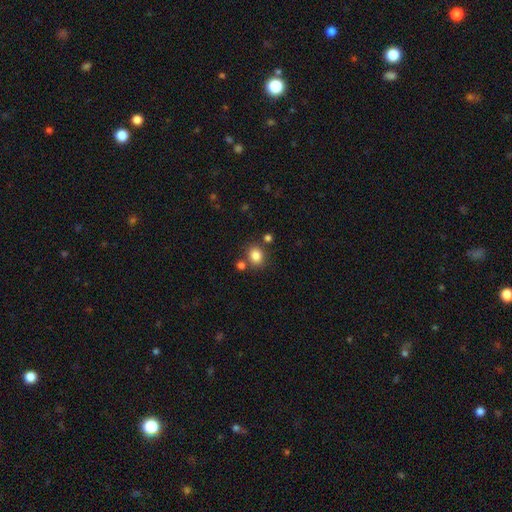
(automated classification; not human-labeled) The model was most divided on "how rounded": round: 64%, in between: 35%, cigar-shaped: 1%. More confident: smooth or featured — smooth (83%); merging — none (75%).